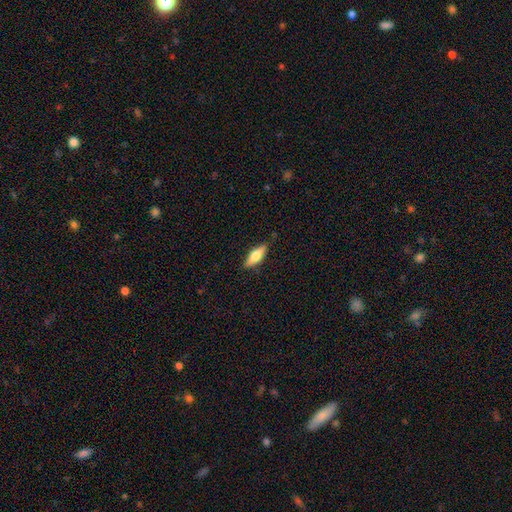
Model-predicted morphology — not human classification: Q: Smooth or featured?
A: smooth (54%); runner-up: featured or disk (40%)
Q: How rounded?
A: in between (58%); runner-up: cigar-shaped (39%)
Q: Merging?
A: none (84%); runner-up: minor disturbance (12%)